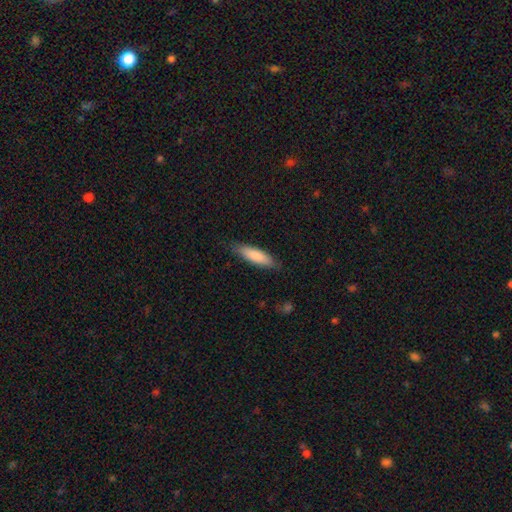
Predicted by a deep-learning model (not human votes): smooth-or-featured: smooth: 83% | featured or disk: 11% | star or artifact: 5%
  how-rounded: cigar-shaped: 61% | in between: 38% | round: 1%
  merging: none: 84% | minor disturbance: 13% | major disturbance: 2% | merger: 1%